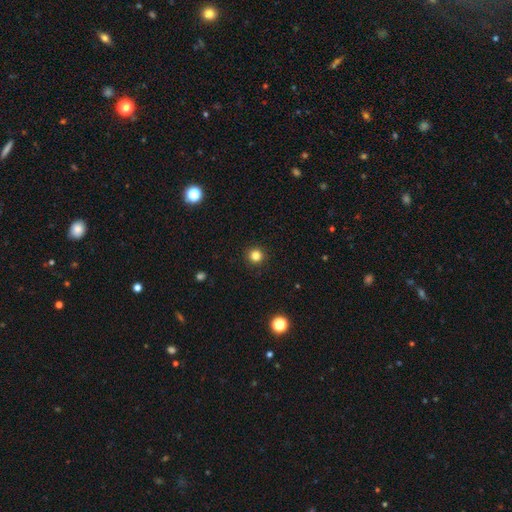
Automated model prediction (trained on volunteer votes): Morphology: type=smooth (83%); roundness=round (96%); merging=none (92%).